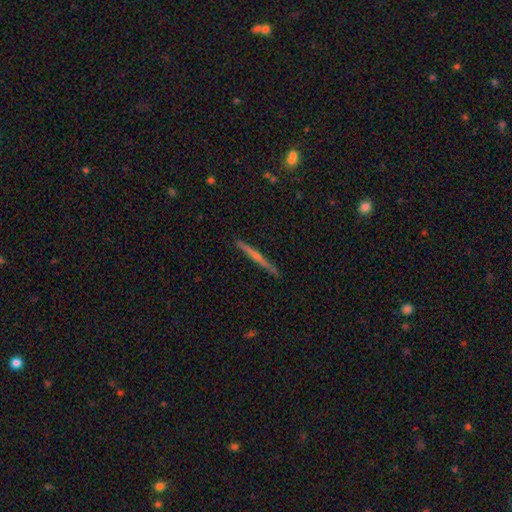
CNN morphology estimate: featured or disk 64%, smooth 30%, star or artifact 7%. Down the decision tree: edge-on disk — yes (98%); edge-on bulge — none (51%); merging — none (91%).